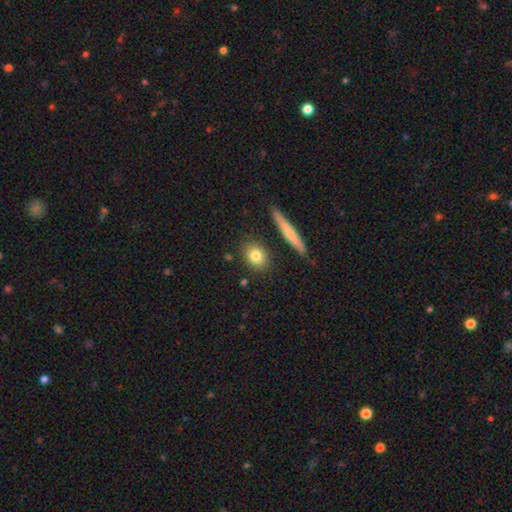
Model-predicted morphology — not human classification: Smooth or featured: smooth — 79% (featured or disk — 13%)
How rounded: in between — 48% (round — 44%)
Merging: none — 83% (minor disturbance — 10%)